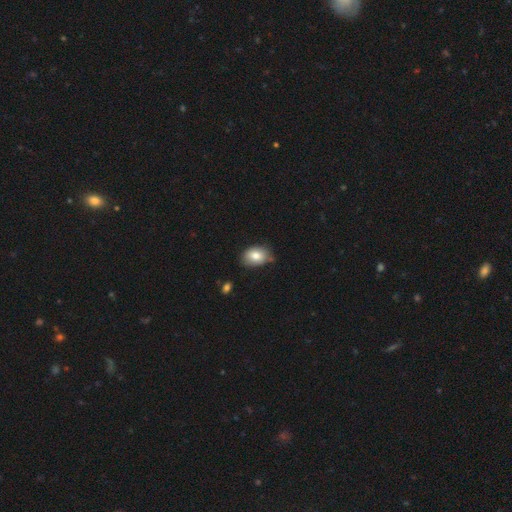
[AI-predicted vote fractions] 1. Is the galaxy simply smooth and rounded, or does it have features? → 81% smooth, 11% featured or disk, 8% star or artifact.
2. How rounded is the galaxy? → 75% in between, 24% round, 1% cigar-shaped.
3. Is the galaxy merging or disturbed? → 69% none, 24% minor disturbance, 4% major disturbance, 3% merger.